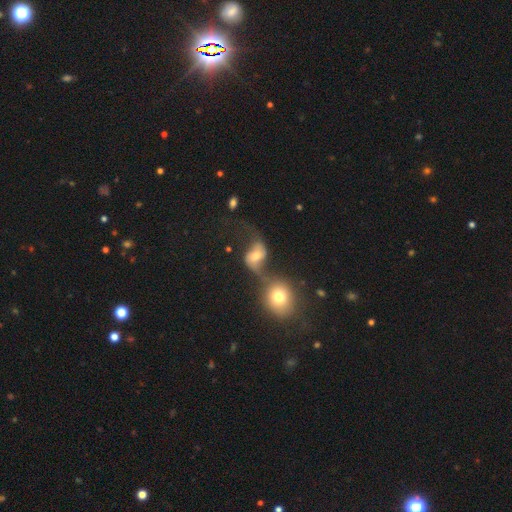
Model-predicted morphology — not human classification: Smooth or featured? Predicted: featured or disk (p=0.58). Edge-on disk? Predicted: no (p=0.96). Bar? Predicted: no (p=0.50). Spiral arms? Predicted: yes (p=0.80). Bulge size? Predicted: moderate (p=0.60). Merging? Predicted: merger (p=0.51).